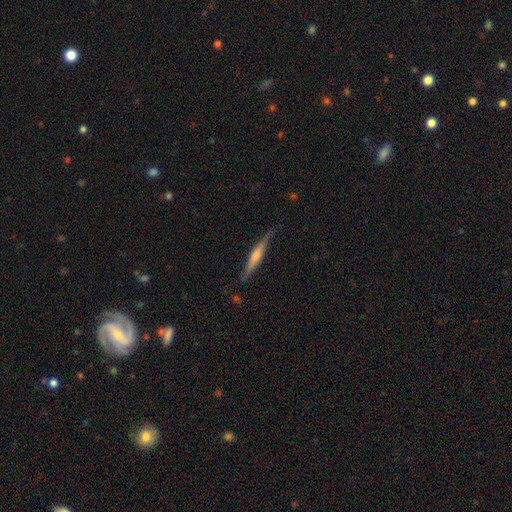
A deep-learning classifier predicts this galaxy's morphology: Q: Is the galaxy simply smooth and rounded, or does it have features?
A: featured or disk — 58%.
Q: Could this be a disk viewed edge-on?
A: yes — 95%.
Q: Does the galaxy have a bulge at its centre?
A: rounded — 55%.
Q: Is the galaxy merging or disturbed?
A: none — 79%.